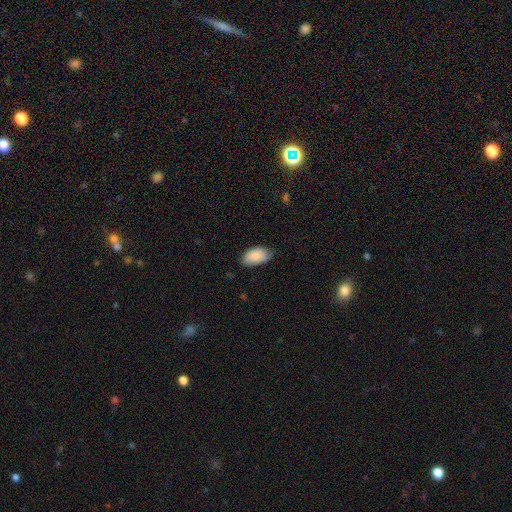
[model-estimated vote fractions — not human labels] This is clearly a smooth galaxy (87%). How rounded: clearly in between (95%). Merging: likely none (74%).